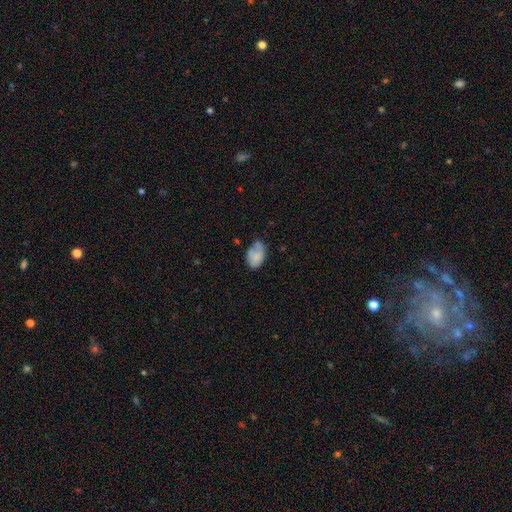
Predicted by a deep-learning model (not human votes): Smooth or featured? Predicted: smooth (p=0.73). How rounded? Predicted: in between (p=0.87). Merging? Predicted: none (p=0.52).